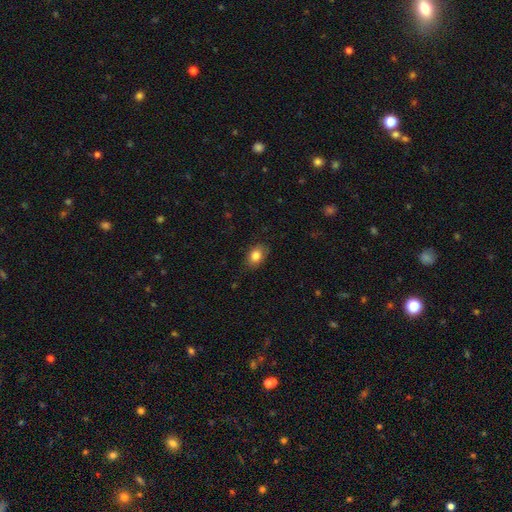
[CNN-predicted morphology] A smooth galaxy with no disk features (82%) that is in between round and cigar-shaped (77%).

Vote fractions:
- Smooth or featured? smooth: 82% / featured or disk: 9% / star or artifact: 9%
- How rounded? in between: 77% / round: 22% / cigar-shaped: 1%
- Merging? none: 80% / minor disturbance: 16% / major disturbance: 3% / merger: 1%